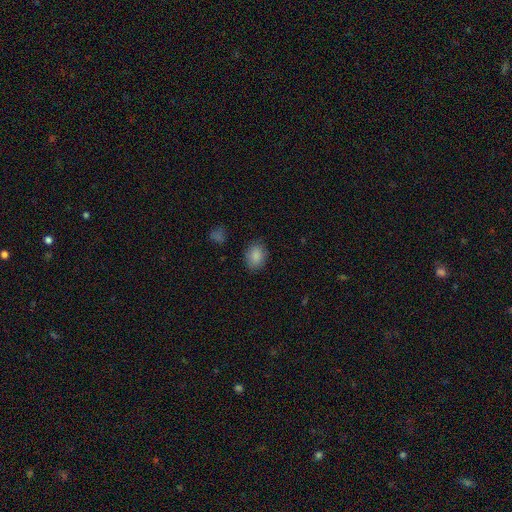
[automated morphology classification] type=smooth (87%); roundness=in between (68%); merging=none (83%).